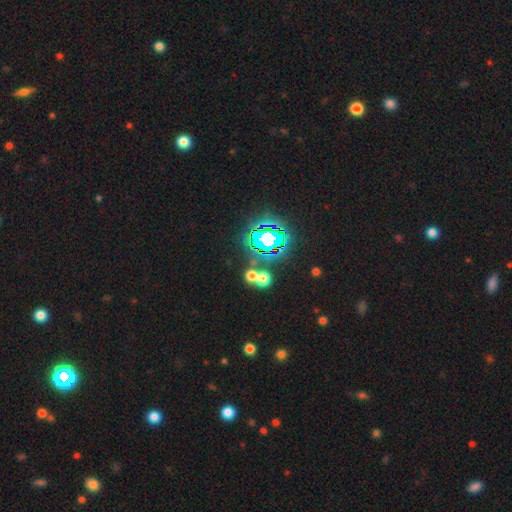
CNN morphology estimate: This is clearly a star or artifact rather than a galaxy (82%).